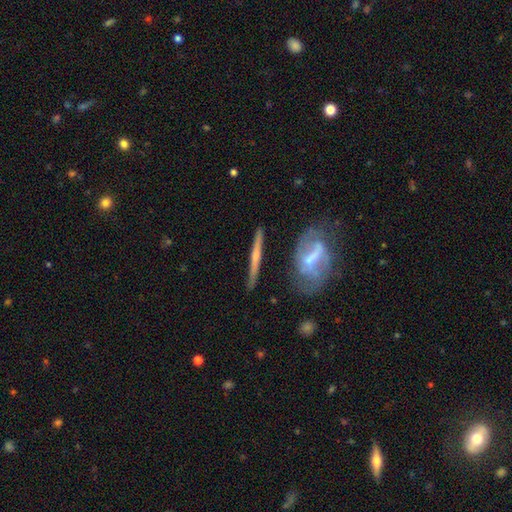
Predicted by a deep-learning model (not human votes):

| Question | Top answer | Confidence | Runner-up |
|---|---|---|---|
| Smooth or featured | featured or disk | 65% | smooth (29%) |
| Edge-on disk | yes | 92% | no (8%) |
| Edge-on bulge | none | 48% | rounded (42%) |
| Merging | none | 83% | minor disturbance (11%) |